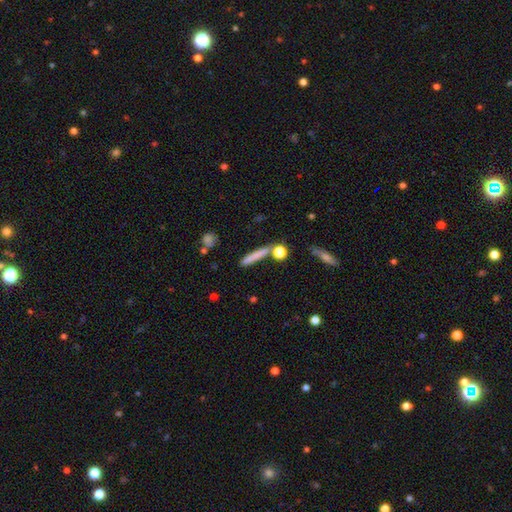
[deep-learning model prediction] Smooth or featured?
  - smooth: 72% *
  - featured or disk: 19%
  - star or artifact: 9%
How rounded?
  - cigar-shaped: 88% *
  - in between: 7%
  - round: 5%
Merging?
  - none: 75% *
  - minor disturbance: 12%
  - merger: 9%
  - major disturbance: 4%